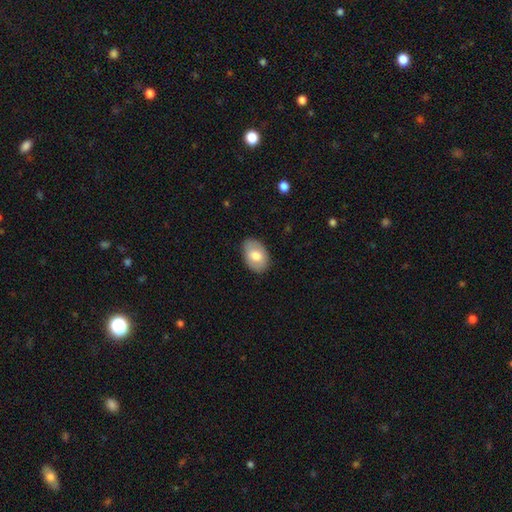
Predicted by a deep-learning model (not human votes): Smooth or featured?
  - smooth: 71% *
  - featured or disk: 23%
  - star or artifact: 6%
How rounded?
  - in between: 88% *
  - round: 11%
  - cigar-shaped: 1%
Merging?
  - none: 84% *
  - minor disturbance: 12%
  - major disturbance: 3%
  - merger: 1%